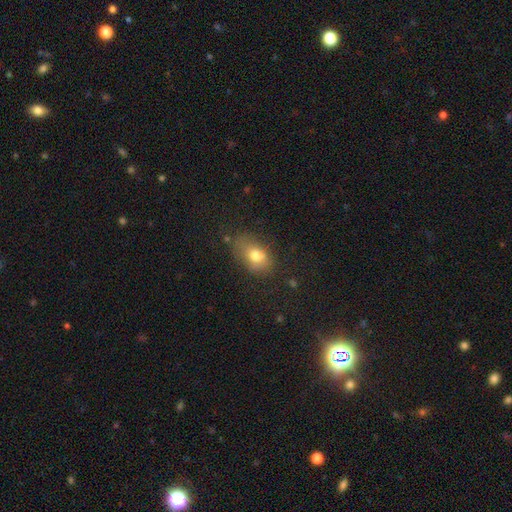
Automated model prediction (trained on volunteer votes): smooth 74%, featured or disk 15%, star or artifact 11%. Down the decision tree: how rounded — in between (82%); merging — none (55%).